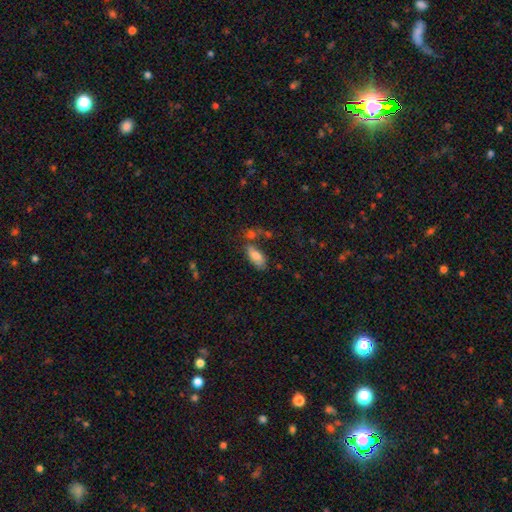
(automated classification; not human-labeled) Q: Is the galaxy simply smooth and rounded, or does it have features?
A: smooth — 78%.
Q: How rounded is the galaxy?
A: in between — 85%.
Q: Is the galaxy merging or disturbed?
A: none — 55%.